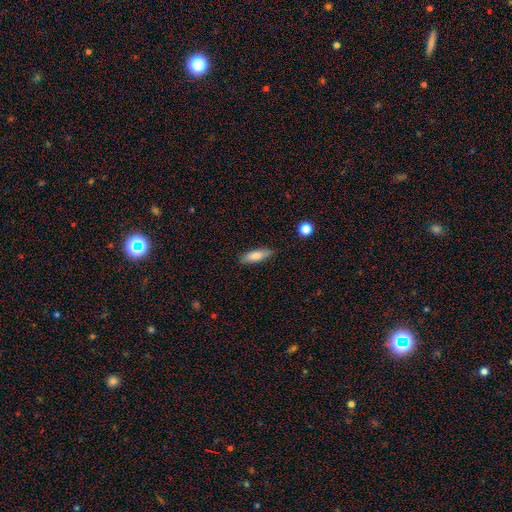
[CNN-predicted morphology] Q: Smooth or featured?
A: smooth (77%); runner-up: featured or disk (16%)
Q: How rounded?
A: in between (51%); runner-up: cigar-shaped (47%)
Q: Merging?
A: none (83%); runner-up: minor disturbance (13%)